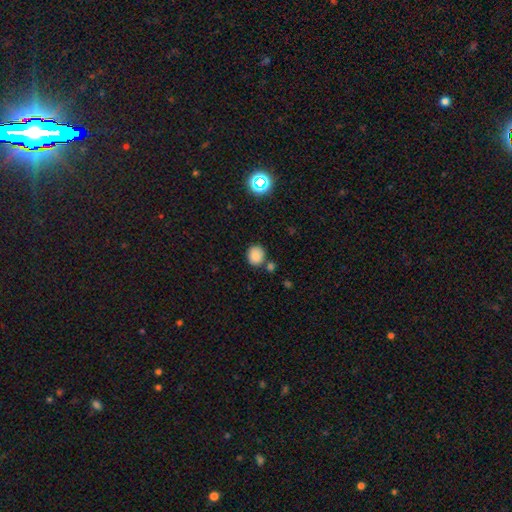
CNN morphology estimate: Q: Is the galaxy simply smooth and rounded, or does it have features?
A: smooth — 84%.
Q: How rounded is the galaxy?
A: round — 78%.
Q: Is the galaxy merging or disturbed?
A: none — 74%.